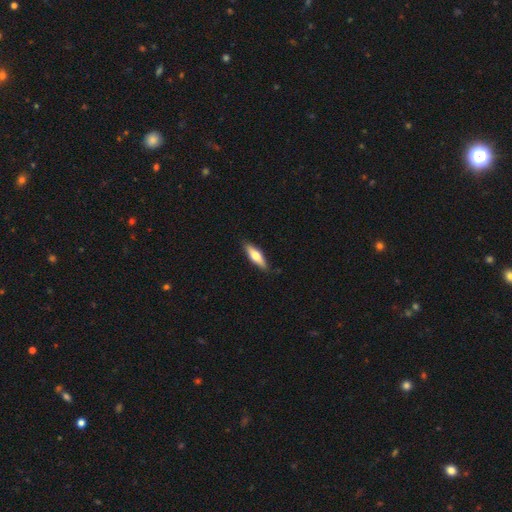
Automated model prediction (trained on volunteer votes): Morphology: type=smooth (56%); roundness=cigar-shaped (60%); merging=none (88%).